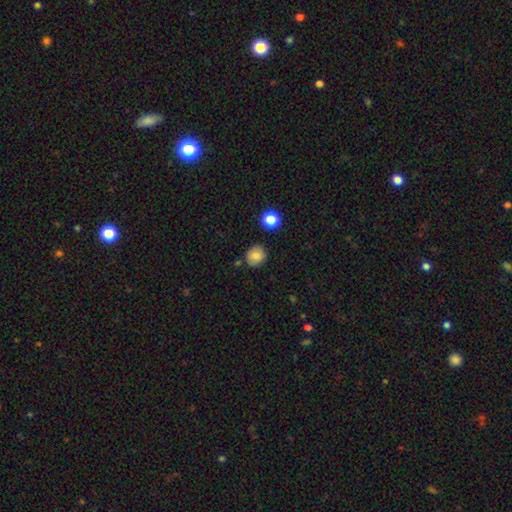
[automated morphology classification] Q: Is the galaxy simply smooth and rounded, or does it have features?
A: smooth — 81%.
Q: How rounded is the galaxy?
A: round — 74%.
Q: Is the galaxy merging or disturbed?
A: none — 82%.